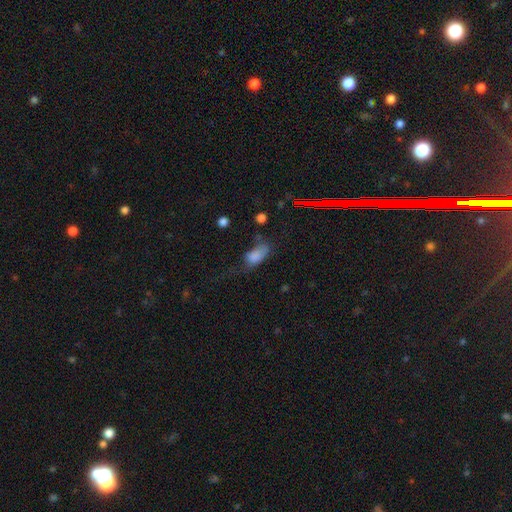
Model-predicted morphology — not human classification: A smooth galaxy with no disk features (77%) that is in between round and cigar-shaped (87%).

Vote fractions:
- Smooth or featured? smooth: 77% / featured or disk: 11% / star or artifact: 11%
- How rounded? in between: 87% / round: 7% / cigar-shaped: 6%
- Merging? major disturbance: 37% / minor disturbance: 29% / none: 27% / merger: 6%